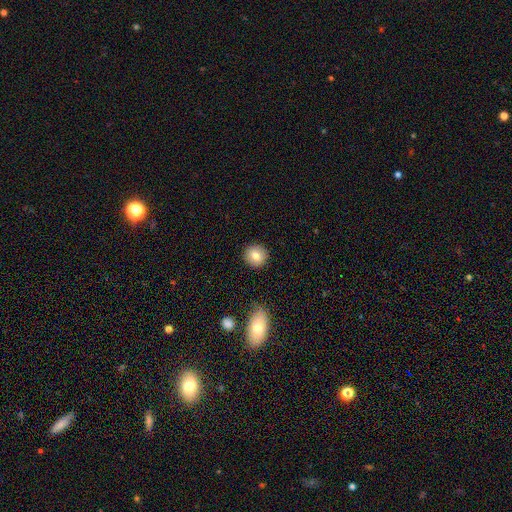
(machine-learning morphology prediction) type=smooth (81%); roundness=round (91%); merging=none (89%).